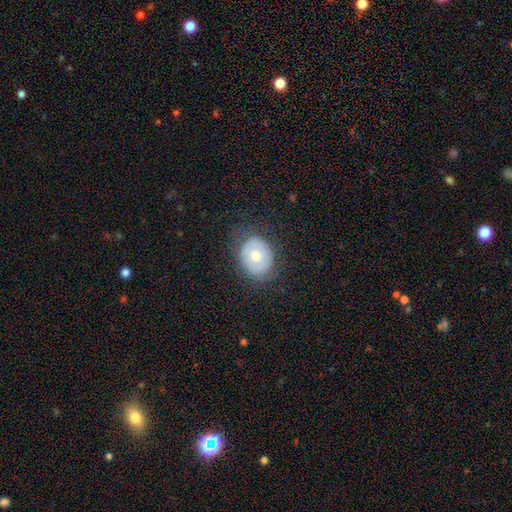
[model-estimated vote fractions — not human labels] smooth-or-featured: smooth: 59% | featured or disk: 33% | star or artifact: 8%
  how-rounded: round: 58% | in between: 41% | cigar-shaped: 1%
  merging: none: 75% | minor disturbance: 17% | major disturbance: 7% | merger: 1%